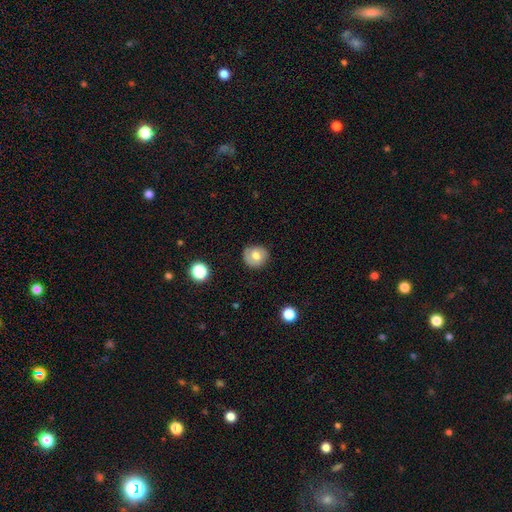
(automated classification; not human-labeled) This appears to be a smooth galaxy with no disk features (68%) that is round (83%). Merging: none (80%).